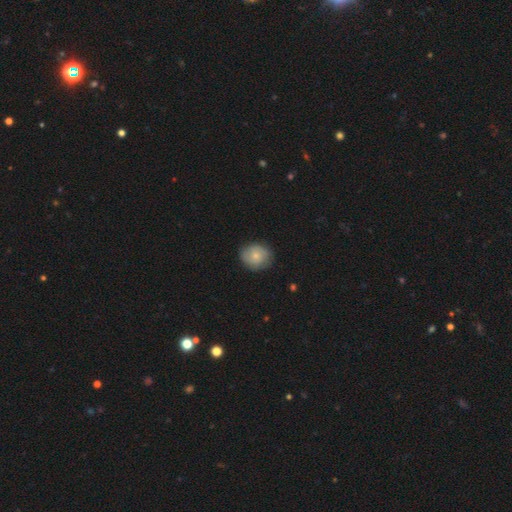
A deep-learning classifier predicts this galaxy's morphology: smooth_or_featured: smooth (p=0.75) [alt: featured or disk p=0.17]
how_rounded: round (p=0.75) [alt: in between p=0.24]
merging: none (p=0.80) [alt: minor disturbance p=0.16]